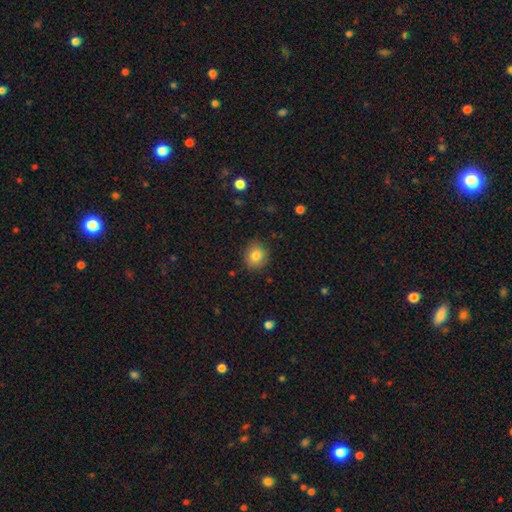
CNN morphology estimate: smooth 83%, star or artifact 10%, featured or disk 7%. Down the decision tree: how rounded — round (81%); merging — none (87%).